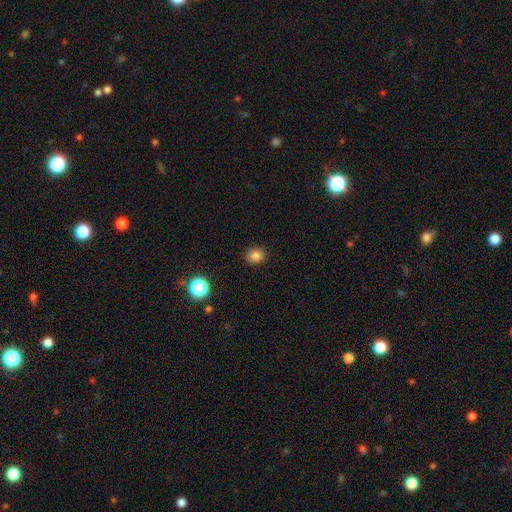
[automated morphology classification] Smooth or featured?
  - smooth: 82% *
  - star or artifact: 13%
  - featured or disk: 5%
How rounded?
  - round: 66% *
  - in between: 33%
  - cigar-shaped: 1%
Merging?
  - none: 89% *
  - minor disturbance: 8%
  - major disturbance: 2%
  - merger: 1%